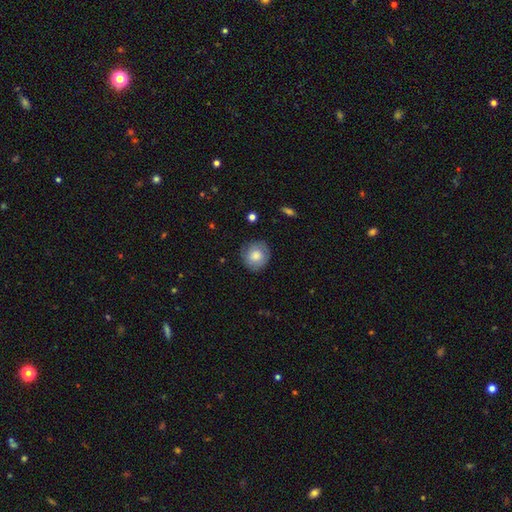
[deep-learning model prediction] The model was most divided on "smooth or featured": smooth: 75%, featured or disk: 18%, star or artifact: 7%. More confident: how rounded — round (87%); merging — none (81%).